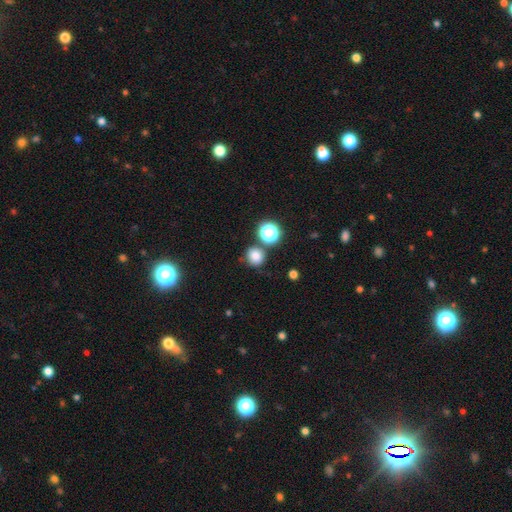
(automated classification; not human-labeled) Smooth or featured?
  - smooth: 78% *
  - star or artifact: 16%
  - featured or disk: 6%
How rounded?
  - round: 87% *
  - in between: 12%
  - cigar-shaped: 1%
Merging?
  - none: 75% *
  - minor disturbance: 11%
  - merger: 10%
  - major disturbance: 3%